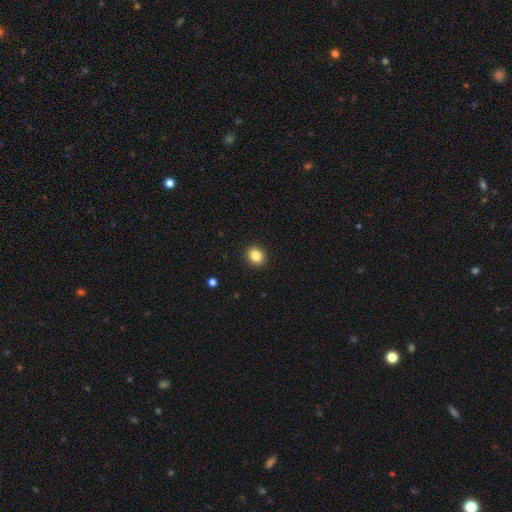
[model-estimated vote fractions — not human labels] Morphology: type=smooth (86%); roundness=round (61%); merging=none (91%).